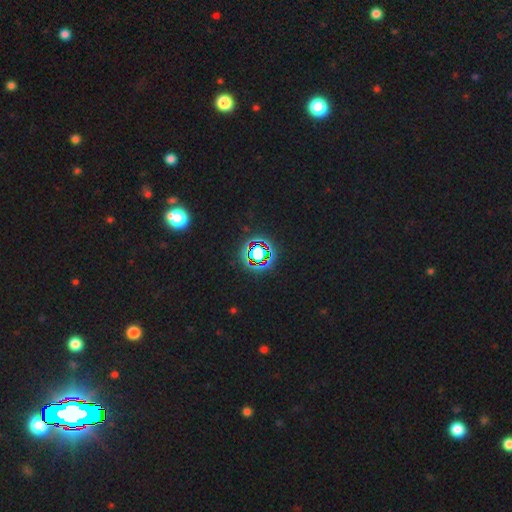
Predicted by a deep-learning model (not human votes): Smooth or featured? Predicted: star or artifact (p=0.73).